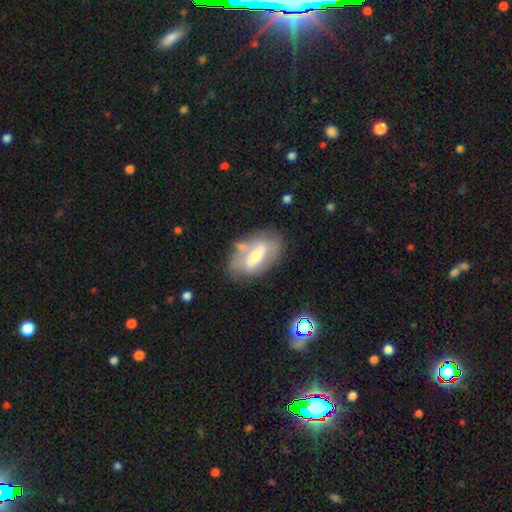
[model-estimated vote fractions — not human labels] Smooth or featured? Predicted: featured or disk (p=0.58). Edge-on disk? Predicted: no (p=0.83). Merging? Predicted: none (p=0.69).